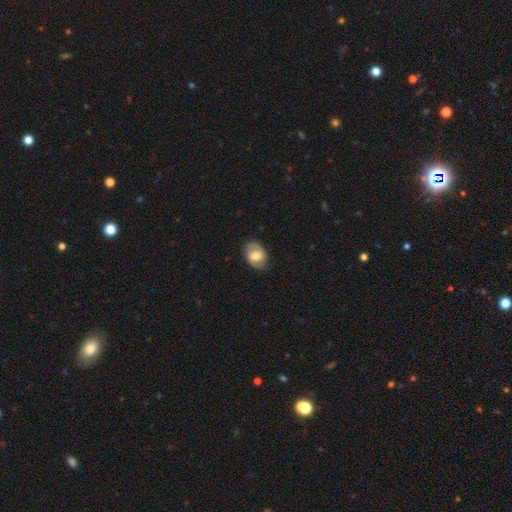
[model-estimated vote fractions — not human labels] smooth-or-featured: smooth: 51% | featured or disk: 42% | star or artifact: 7%
  how-rounded: in between: 76% | round: 23% | cigar-shaped: 1%
  merging: none: 81% | minor disturbance: 14% | major disturbance: 4% | merger: 1%